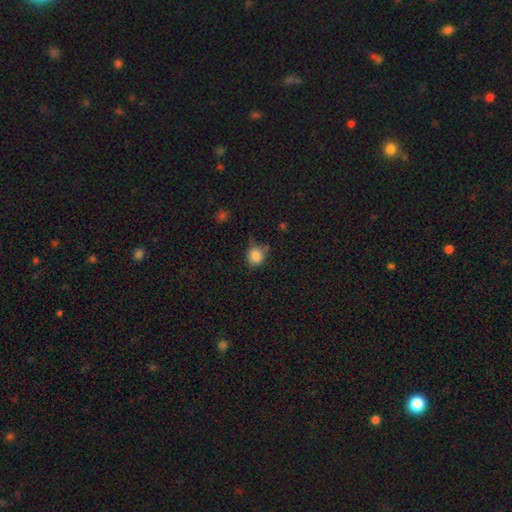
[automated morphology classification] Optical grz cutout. It shows a smooth galaxy with no disk features (84%) that is round (78%). Merging: none (61%).